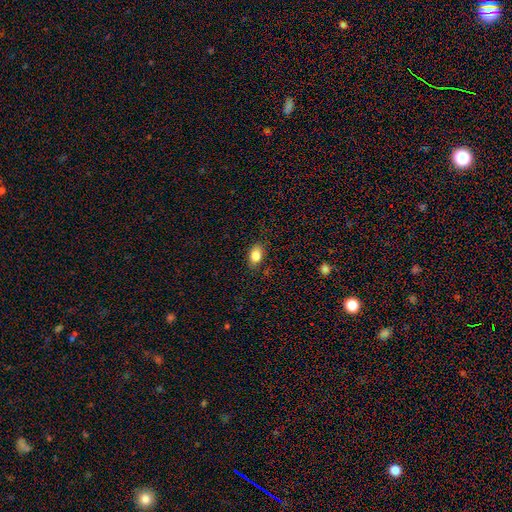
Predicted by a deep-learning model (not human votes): Morphology: type=smooth (84%); roundness=in between (84%); merging=none (83%).